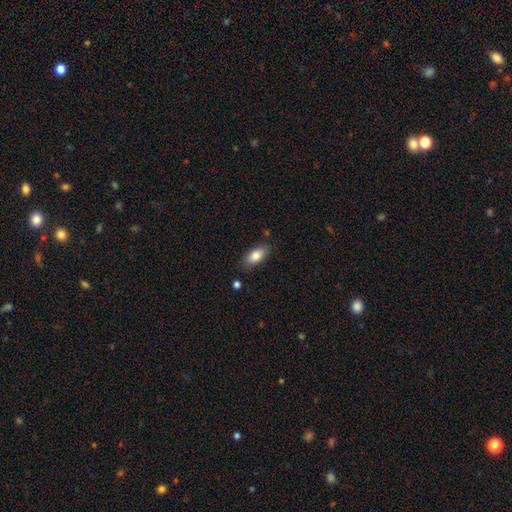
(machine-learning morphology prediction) Q: Smooth or featured?
A: smooth (83%); runner-up: featured or disk (10%)
Q: How rounded?
A: in between (89%); runner-up: cigar-shaped (8%)
Q: Merging?
A: none (81%); runner-up: minor disturbance (13%)